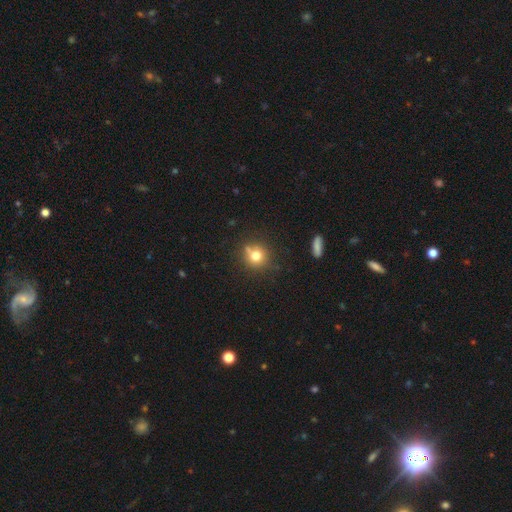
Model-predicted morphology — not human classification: A smooth galaxy with no disk features (76%) that is round (89%).

Vote fractions:
- Smooth or featured? smooth: 76% / star or artifact: 13% / featured or disk: 11%
- How rounded? round: 89% / in between: 10% / cigar-shaped: 1%
- Merging? none: 71% / merger: 13% / minor disturbance: 13% / major disturbance: 4%